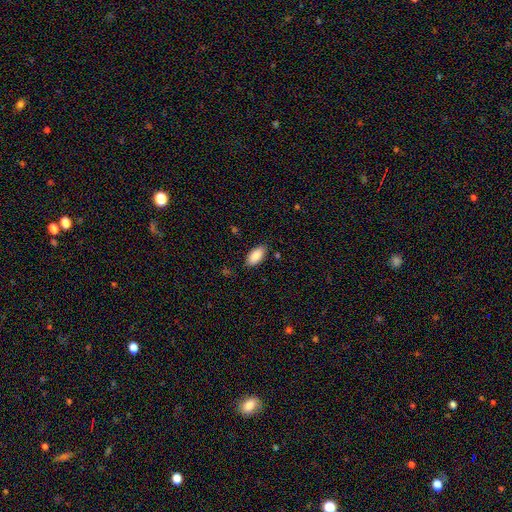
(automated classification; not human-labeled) A smooth galaxy with no disk features (88%) that is in between round and cigar-shaped (93%).

Vote fractions:
- Smooth or featured? smooth: 88% / star or artifact: 6% / featured or disk: 5%
- How rounded? in between: 93% / cigar-shaped: 5% / round: 2%
- Merging? none: 84% / minor disturbance: 12% / major disturbance: 3% / merger: 1%